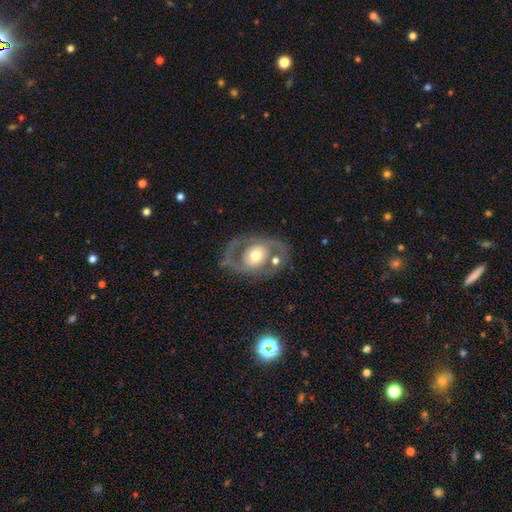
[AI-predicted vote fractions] A featured or disk galaxy (73%) with no bar (70%), spiral arms (61%) and a moderate central bulge (68%). Merging: none (69%).